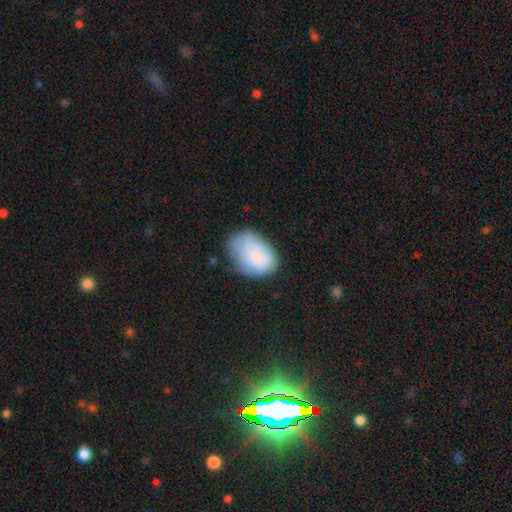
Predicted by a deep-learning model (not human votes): A smooth galaxy with no disk features (71%) that is in between round and cigar-shaped (81%). Merging: none (49%).